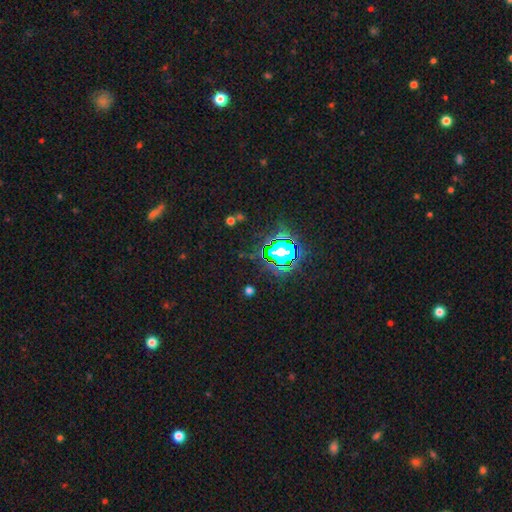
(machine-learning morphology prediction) smooth_or_featured: star or artifact (p=0.81) [alt: smooth p=0.11]